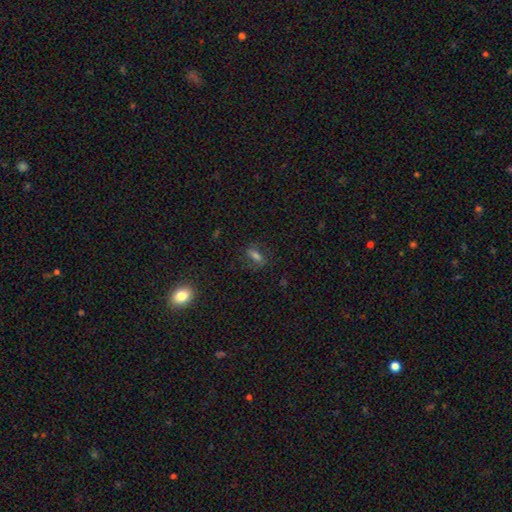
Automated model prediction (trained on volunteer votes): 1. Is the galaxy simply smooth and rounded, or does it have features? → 60% smooth, 21% featured or disk, 19% star or artifact.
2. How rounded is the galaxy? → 69% in between, 17% cigar-shaped, 13% round.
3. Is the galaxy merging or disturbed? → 77% none, 14% minor disturbance, 6% major disturbance, 2% merger.